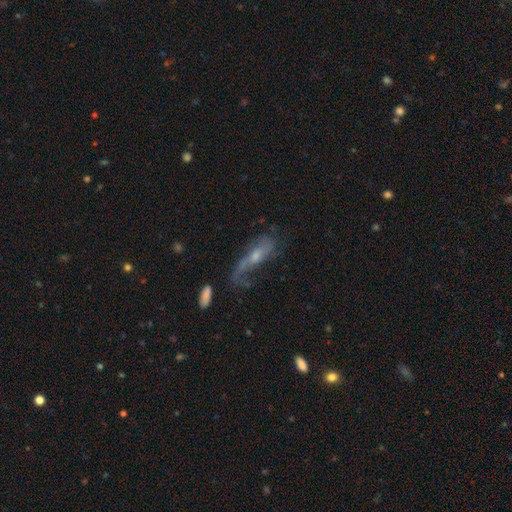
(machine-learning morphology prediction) type=featured or disk (69%); edge-on=no (79%); bar=no (56%); spiral arms=yes (81%); bulge=small (47%); merging=none (40%).